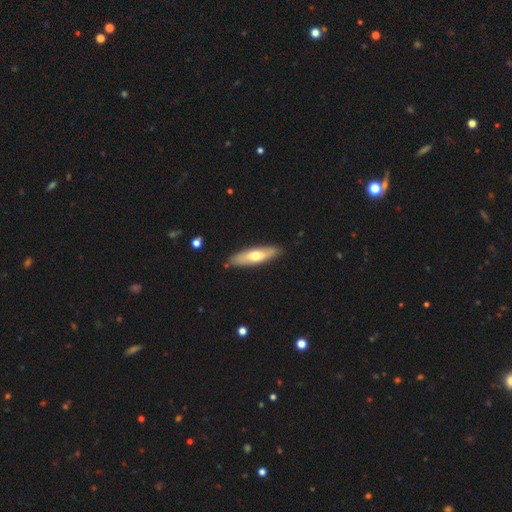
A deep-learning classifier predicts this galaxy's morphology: This is possibly a smooth galaxy (57%). How rounded: likely cigar-shaped (64%). Merging: clearly none (86%).